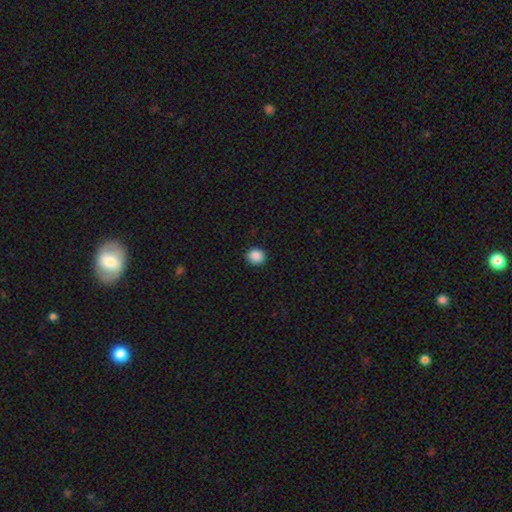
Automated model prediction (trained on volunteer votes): Q: Smooth or featured?
A: smooth (88%); runner-up: star or artifact (9%)
Q: How rounded?
A: round (85%); runner-up: in between (14%)
Q: Merging?
A: none (91%); runner-up: minor disturbance (6%)